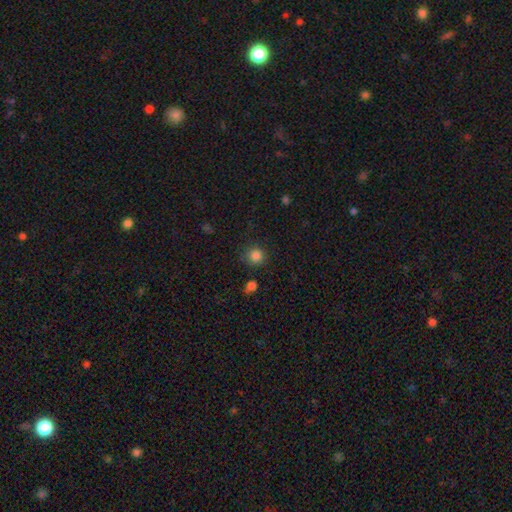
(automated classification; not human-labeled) smooth_or_featured: smooth (p=0.84) [alt: star or artifact p=0.11]
how_rounded: round (p=0.92) [alt: in between p=0.07]
merging: none (p=0.83) [alt: minor disturbance p=0.10]